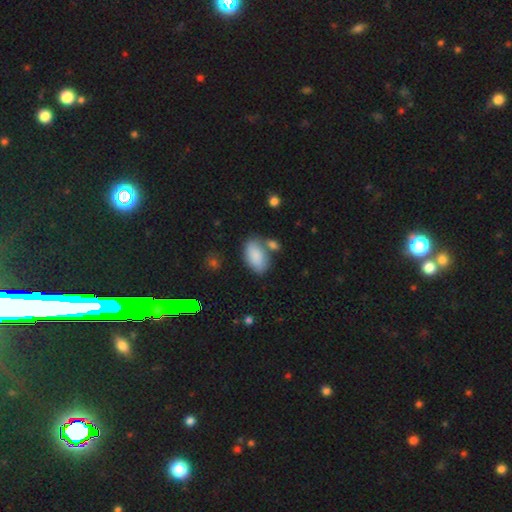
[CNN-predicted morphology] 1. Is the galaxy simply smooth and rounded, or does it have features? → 84% smooth, 9% featured or disk, 7% star or artifact.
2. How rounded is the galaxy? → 93% in between, 5% round, 2% cigar-shaped.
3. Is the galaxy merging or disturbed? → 55% none, 20% merger, 19% minor disturbance, 6% major disturbance.